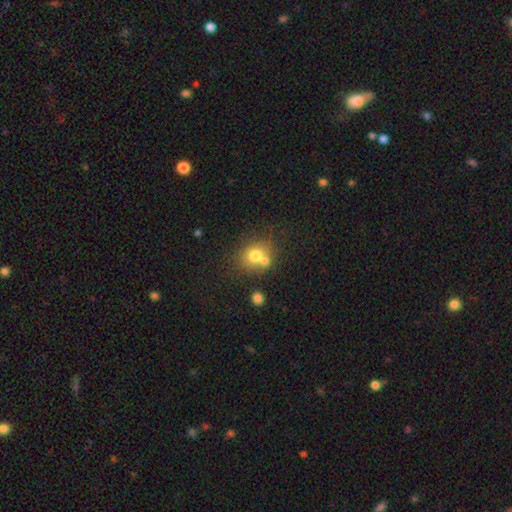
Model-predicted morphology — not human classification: smooth 73%, featured or disk 15%, star or artifact 12%. Down the decision tree: how rounded — round (71%); merging — none (48%).